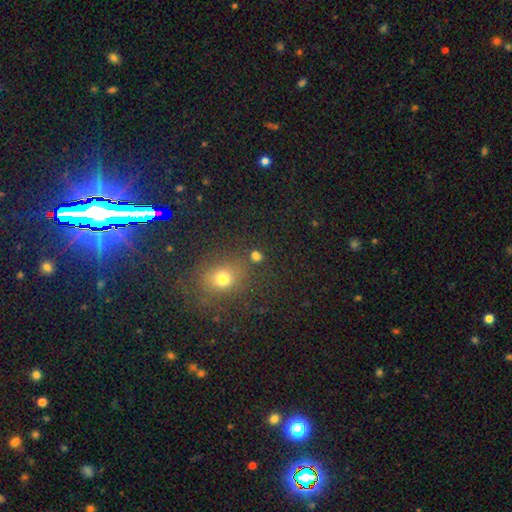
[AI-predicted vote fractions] Smooth or featured?
  - smooth: 71% *
  - star or artifact: 23%
  - featured or disk: 7%
How rounded?
  - round: 76% *
  - in between: 23%
  - cigar-shaped: 2%
Merging?
  - none: 77% *
  - merger: 9%
  - minor disturbance: 9%
  - major disturbance: 4%